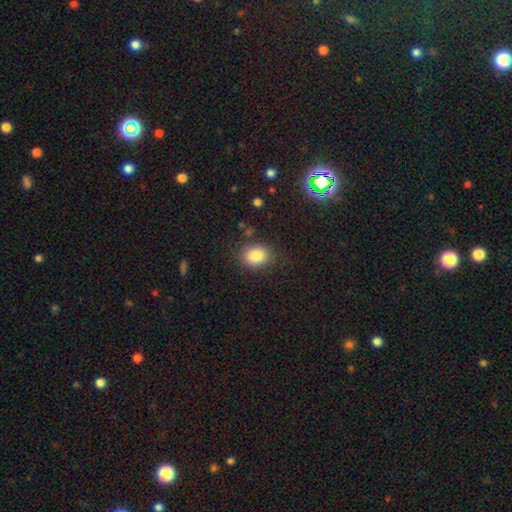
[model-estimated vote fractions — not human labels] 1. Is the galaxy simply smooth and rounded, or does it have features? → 84% smooth, 10% star or artifact, 6% featured or disk.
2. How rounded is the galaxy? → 57% in between, 42% round, 1% cigar-shaped.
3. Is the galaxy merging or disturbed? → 83% none, 12% minor disturbance, 4% major disturbance, 2% merger.